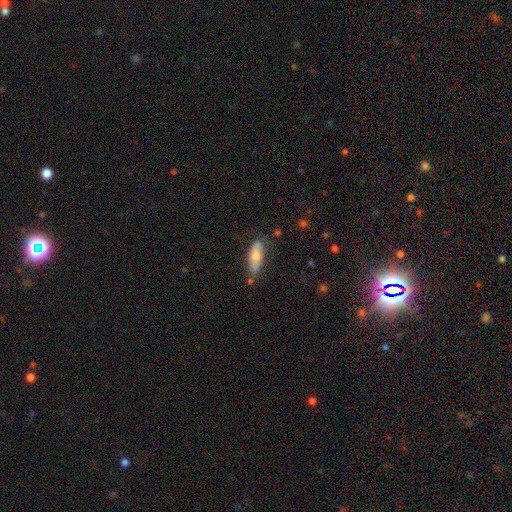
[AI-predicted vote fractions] smooth_or_featured: smooth (p=0.70) [alt: featured or disk p=0.24]
how_rounded: in between (p=0.66) [alt: cigar-shaped p=0.32]
merging: none (p=0.59) [alt: minor disturbance p=0.27]